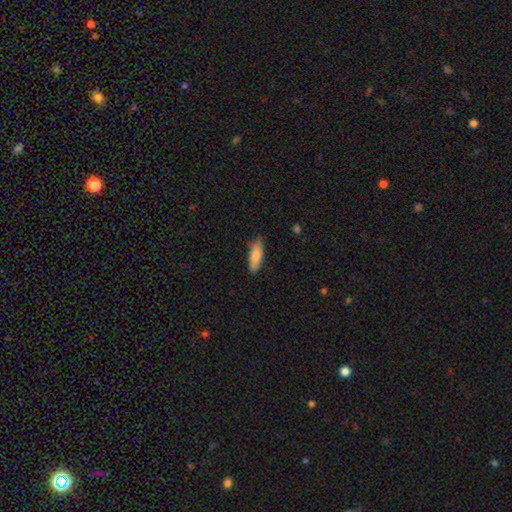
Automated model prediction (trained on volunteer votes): Overall: smooth (83%). How rounded: in between (56%; cigar-shaped 42%). Merging: none (82%).